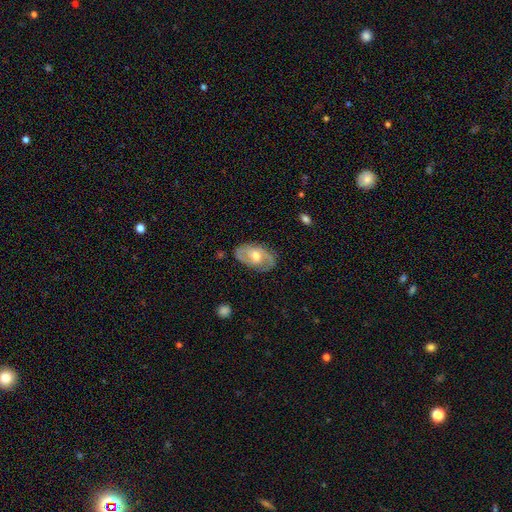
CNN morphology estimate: Smooth or featured? Predicted: featured or disk (p=0.75). Edge-on disk? Predicted: no (p=0.94). Bar? Predicted: no (p=0.45). Spiral arms? Predicted: yes (p=0.85). Spiral winding? Predicted: medium (p=0.46). Spiral arm count? Predicted: 2 (p=0.75). Bulge size? Predicted: moderate (p=0.70). Merging? Predicted: none (p=0.76).